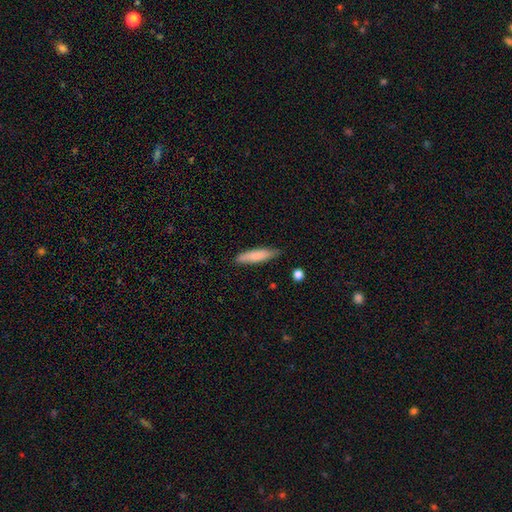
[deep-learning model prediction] Overall: smooth (81%). How rounded: cigar-shaped (77%). Merging: none (81%).